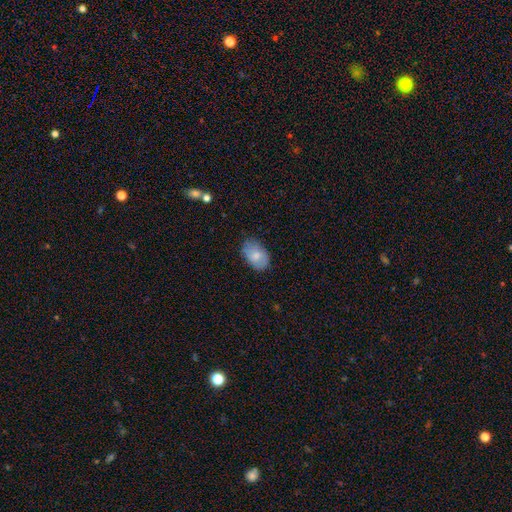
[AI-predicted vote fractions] The model was most divided on "merging": none: 76%, minor disturbance: 19%, major disturbance: 4%, merger: 1%. More confident: how rounded — in between (89%); smooth or featured — smooth (77%).